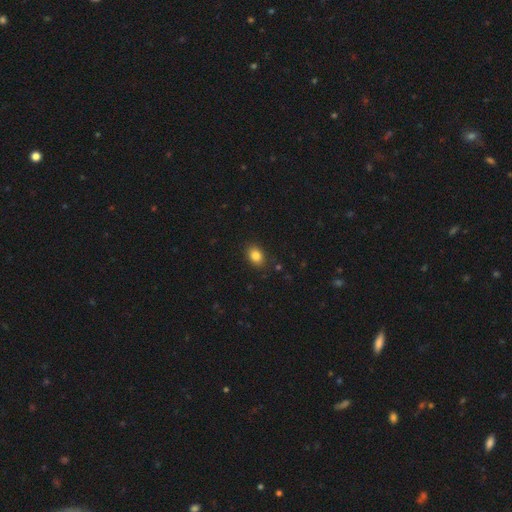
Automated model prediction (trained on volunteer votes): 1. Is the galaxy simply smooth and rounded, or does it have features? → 84% smooth, 10% star or artifact, 6% featured or disk.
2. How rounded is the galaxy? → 71% in between, 27% round, 1% cigar-shaped.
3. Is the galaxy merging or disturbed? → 87% none, 9% minor disturbance, 2% major disturbance, 1% merger.